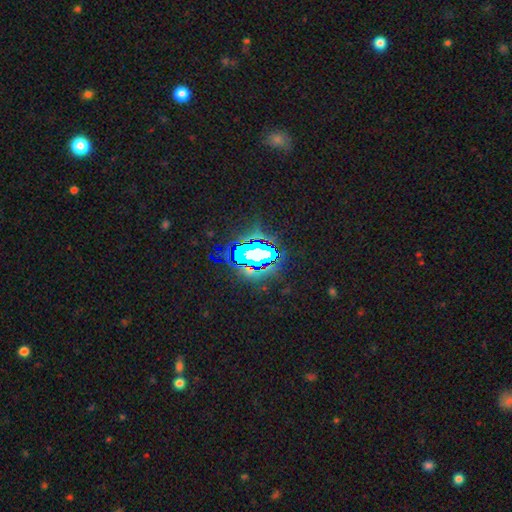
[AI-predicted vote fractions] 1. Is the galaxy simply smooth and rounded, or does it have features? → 69% star or artifact, 16% smooth, 14% featured or disk.